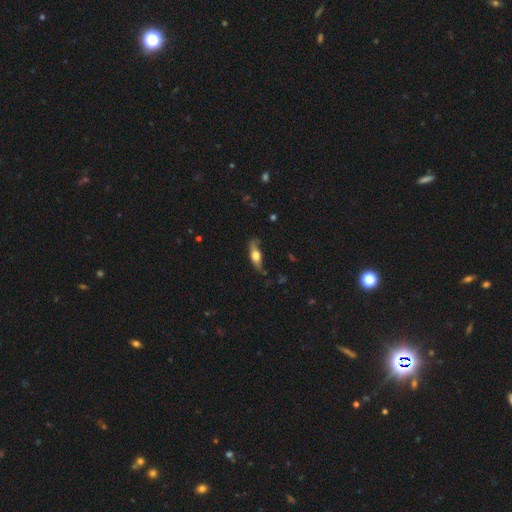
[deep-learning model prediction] The model was most divided on "smooth or featured": featured or disk: 50%, smooth: 44%, star or artifact: 6%. More confident: edge-on disk — yes (83%); merging — none (71%).